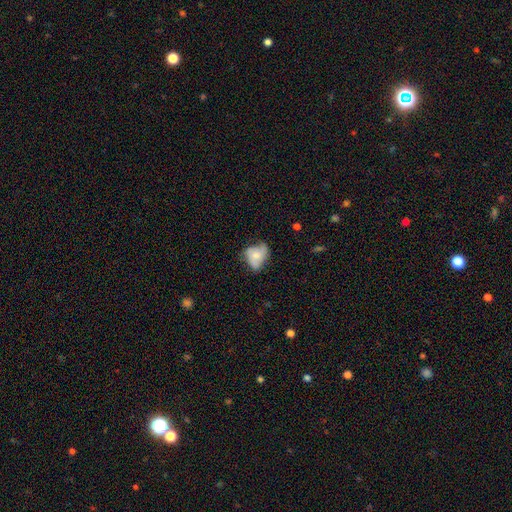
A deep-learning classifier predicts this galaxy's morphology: type=smooth (52%); roundness=in between (69%); merging=none (41%).